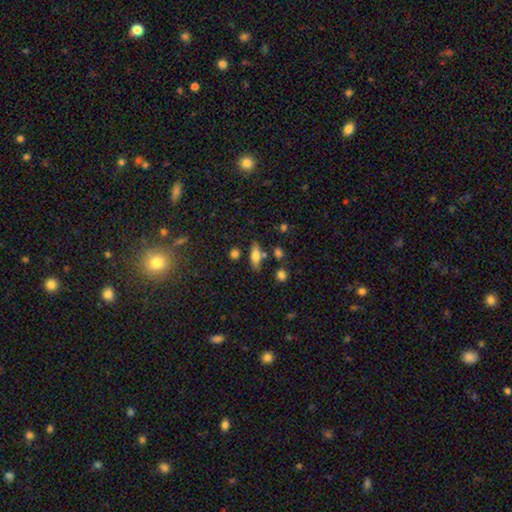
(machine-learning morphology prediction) type=smooth (71%); roundness=in between (68%); merging=none (72%).